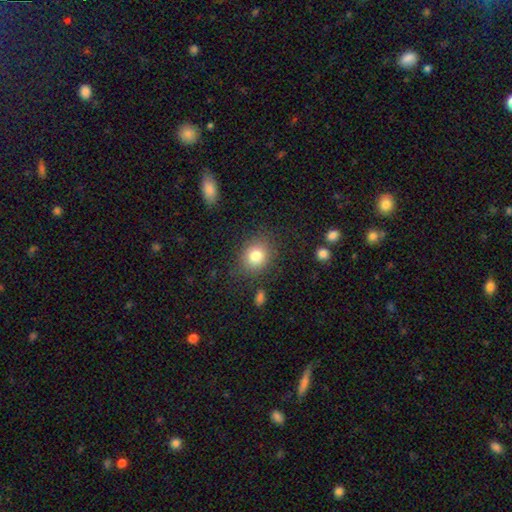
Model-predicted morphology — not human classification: smooth-or-featured: smooth: 81% | star or artifact: 11% | featured or disk: 8%
  how-rounded: round: 67% | in between: 32% | cigar-shaped: 1%
  merging: none: 81% | minor disturbance: 12% | major disturbance: 4% | merger: 2%